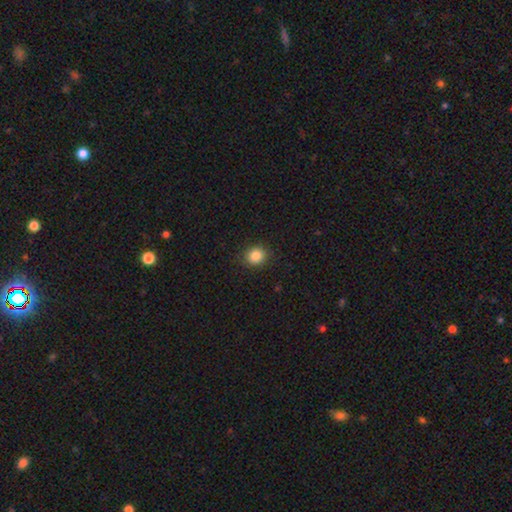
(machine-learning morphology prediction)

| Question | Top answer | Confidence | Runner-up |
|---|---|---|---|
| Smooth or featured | smooth | 85% | star or artifact (10%) |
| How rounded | round | 77% | in between (22%) |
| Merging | none | 88% | minor disturbance (8%) |